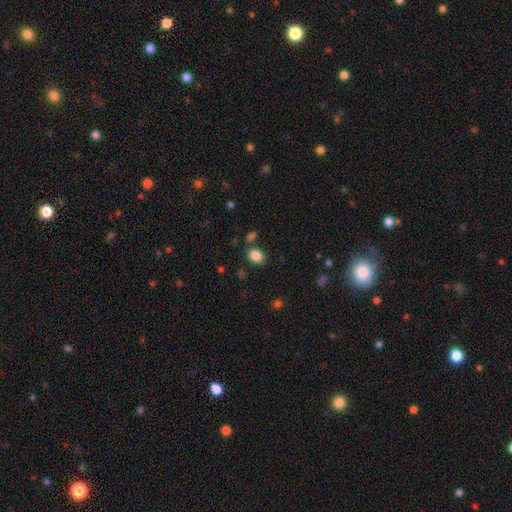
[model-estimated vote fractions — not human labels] Q: Smooth or featured?
A: smooth (86%); runner-up: star or artifact (10%)
Q: How rounded?
A: in between (67%); runner-up: round (32%)
Q: Merging?
A: none (79%); runner-up: minor disturbance (11%)